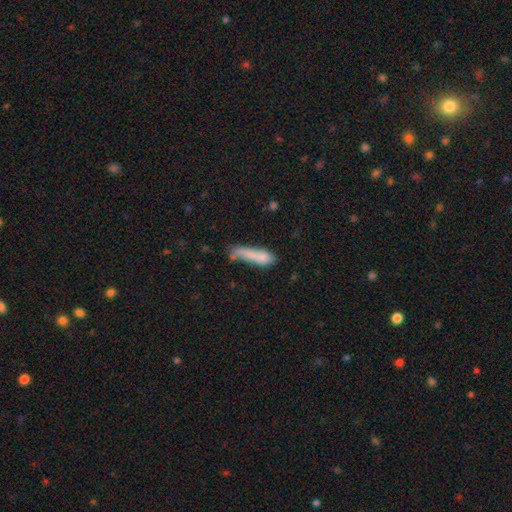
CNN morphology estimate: A smooth galaxy with no disk features (76%) that is cigar-shaped (78%).

Vote fractions:
- Smooth or featured? smooth: 76% / featured or disk: 15% / star or artifact: 8%
- How rounded? cigar-shaped: 78% / in between: 20% / round: 2%
- Merging? none: 47% / minor disturbance: 28% / merger: 13% / major disturbance: 12%